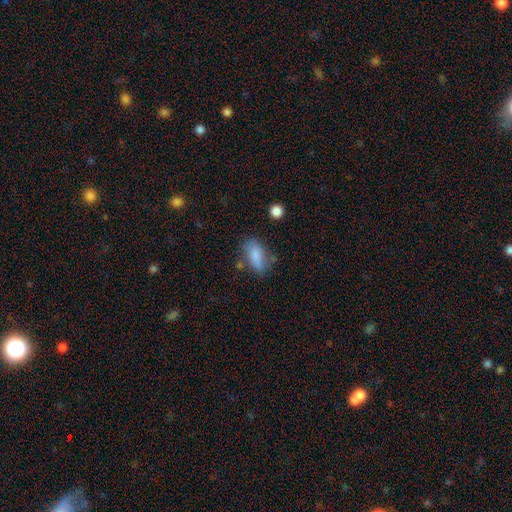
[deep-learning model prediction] Smooth or featured? Predicted: smooth (p=0.80). How rounded? Predicted: in between (p=0.83). Merging? Predicted: none (p=0.64).